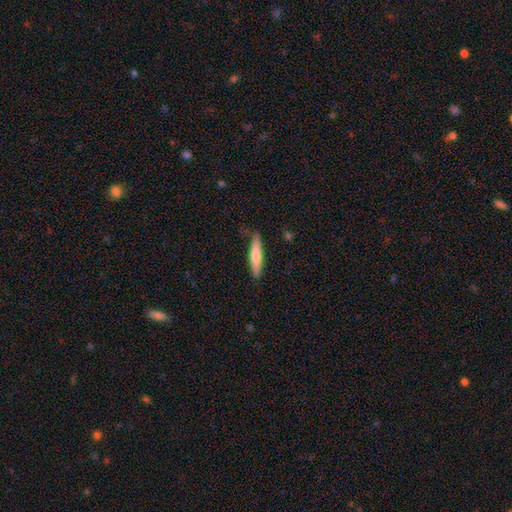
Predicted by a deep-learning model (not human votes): Overall: smooth (71%). How rounded: cigar-shaped (88%). Merging: none (81%).